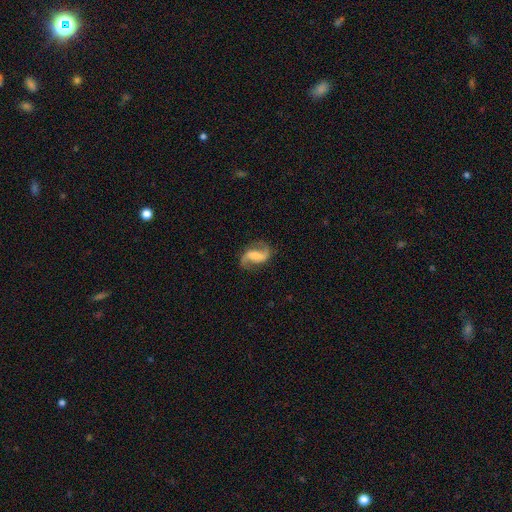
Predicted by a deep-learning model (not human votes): smooth-or-featured: featured or disk: 86% | smooth: 9% | star or artifact: 6%
  disk-edge-on: no: 98% | yes: 2%
    bar: weak: 40% | strong: 36% | no: 24%
    has-spiral-arms: yes: 97% | no: 3%
      spiral-winding: loose: 52% | medium: 39% | tight: 9%
      spiral-arm-count: 2: 93% | 1: 2% | can't tell: 2% | 3: 1% | 4: 1% | more than 4: 1%
    bulge-size: none: 41% | small: 23% | moderate: 20% | large: 13% | dominant: 3%
  merging: none: 77% | minor disturbance: 14% | major disturbance: 8% | merger: 2%